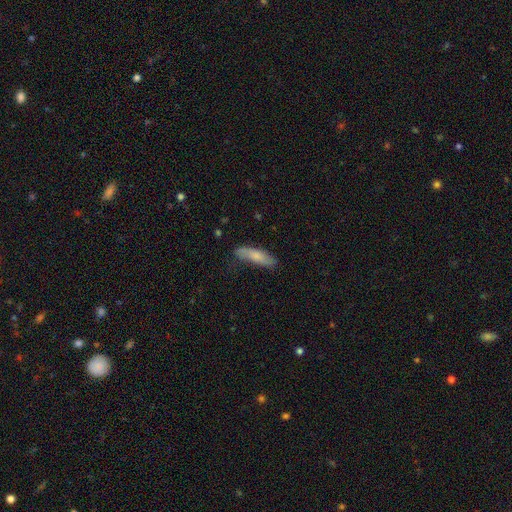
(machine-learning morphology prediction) smooth 73%, featured or disk 21%, star or artifact 6%. Down the decision tree: how rounded — cigar-shaped (59%); merging — none (68%).